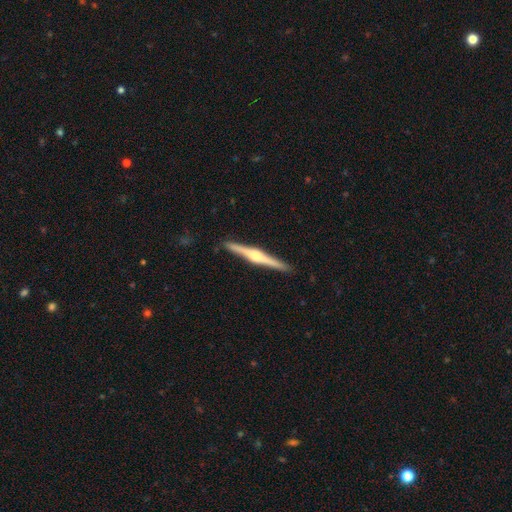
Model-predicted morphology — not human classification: A featured or disk galaxy (82%) viewed edge-on (99%) with a rounded central bulge (89%). Merging: none (92%).